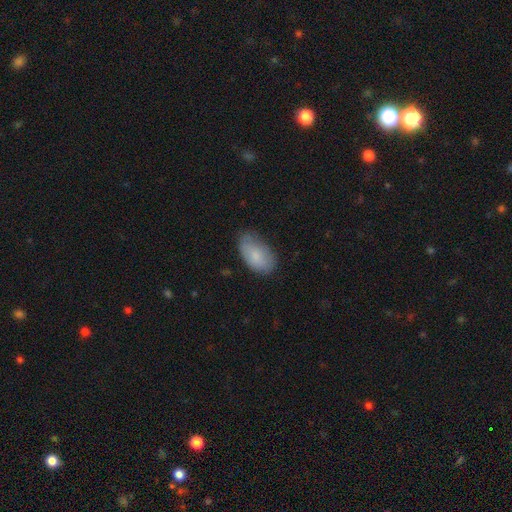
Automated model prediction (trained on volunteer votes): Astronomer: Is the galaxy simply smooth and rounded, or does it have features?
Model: smooth — 81%.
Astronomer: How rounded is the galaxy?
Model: in between — 94%.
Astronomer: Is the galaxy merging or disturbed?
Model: none — 65%.